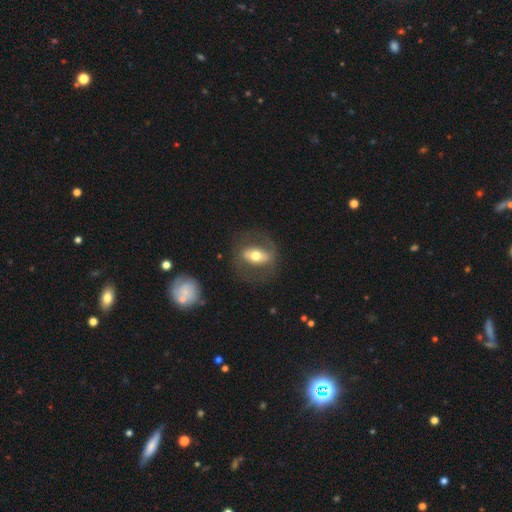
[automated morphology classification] type=featured or disk (58%); edge-on=no (87%); bar=strong (47%); spiral arms=no (59%); bulge=moderate (68%); merging=none (72%).